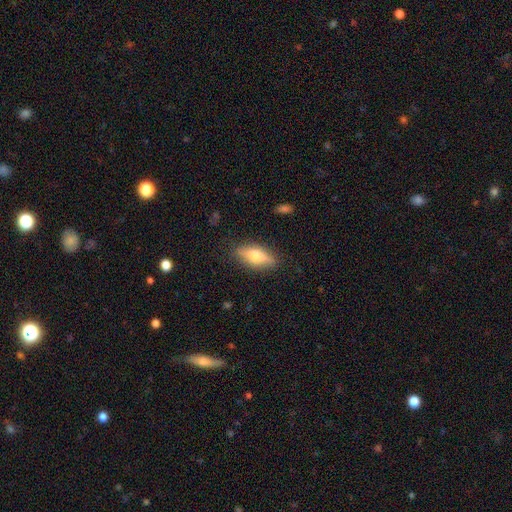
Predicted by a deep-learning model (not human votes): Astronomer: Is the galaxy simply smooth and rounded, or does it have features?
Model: smooth — 58% (runner-up: featured or disk, 35%).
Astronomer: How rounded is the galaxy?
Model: in between — 69%.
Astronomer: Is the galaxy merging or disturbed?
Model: none — 83%.